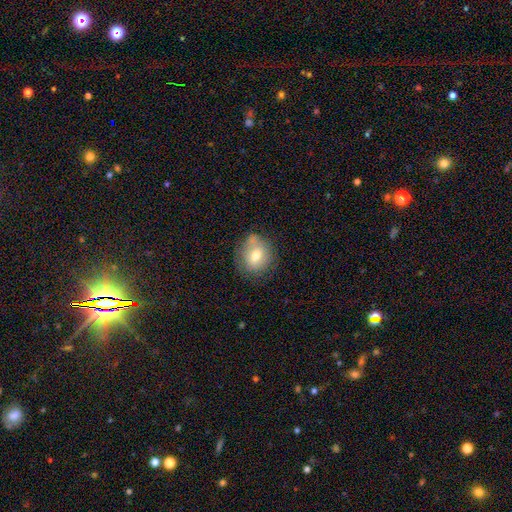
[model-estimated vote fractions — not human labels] Smooth or featured? Predicted: smooth (p=0.69). How rounded? Predicted: round (p=0.70). Merging? Predicted: none (p=0.68).